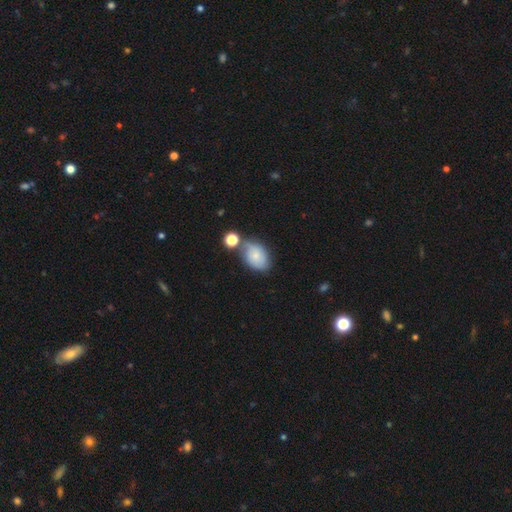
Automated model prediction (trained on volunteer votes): smooth 66%, featured or disk 25%, star or artifact 9%. Down the decision tree: how rounded — in between (80%); merging — none (49%).